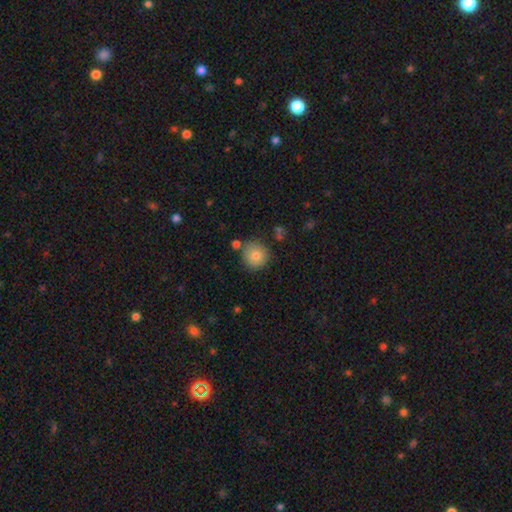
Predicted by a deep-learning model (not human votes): Smooth or featured?
  - smooth: 81% *
  - featured or disk: 10%
  - star or artifact: 9%
How rounded?
  - round: 92% *
  - in between: 7%
  - cigar-shaped: 1%
Merging?
  - none: 78% *
  - minor disturbance: 12%
  - merger: 7%
  - major disturbance: 3%